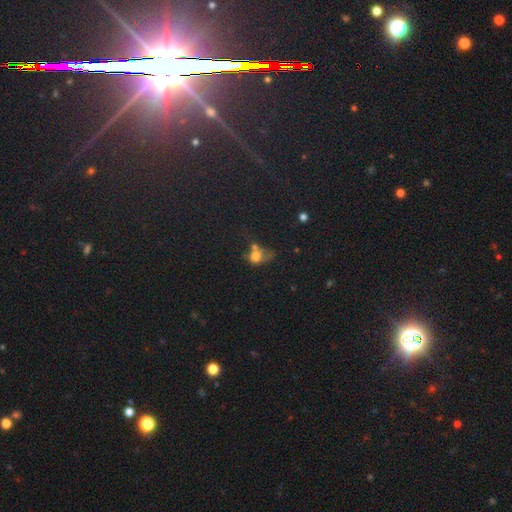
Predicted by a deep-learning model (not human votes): Smooth or featured?
  - smooth: 67% *
  - star or artifact: 16%
  - featured or disk: 16%
How rounded?
  - round: 59% *
  - in between: 39%
  - cigar-shaped: 2%
Merging?
  - merger: 39% *
  - none: 26%
  - major disturbance: 18%
  - minor disturbance: 18%